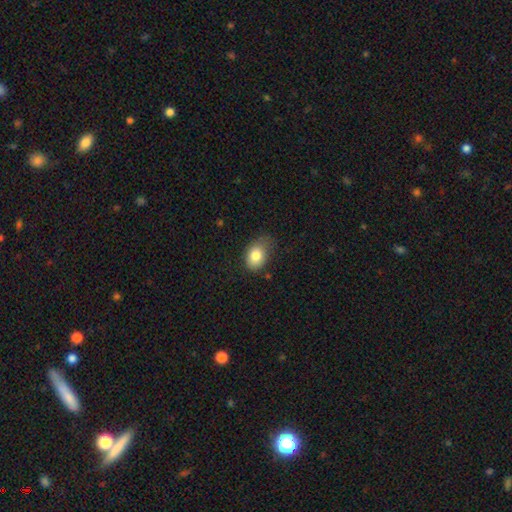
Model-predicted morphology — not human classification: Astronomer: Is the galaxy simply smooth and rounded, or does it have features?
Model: smooth — 81%.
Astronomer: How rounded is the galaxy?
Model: in between — 75%.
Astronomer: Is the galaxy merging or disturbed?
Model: none — 52% (runner-up: minor disturbance, 35%).